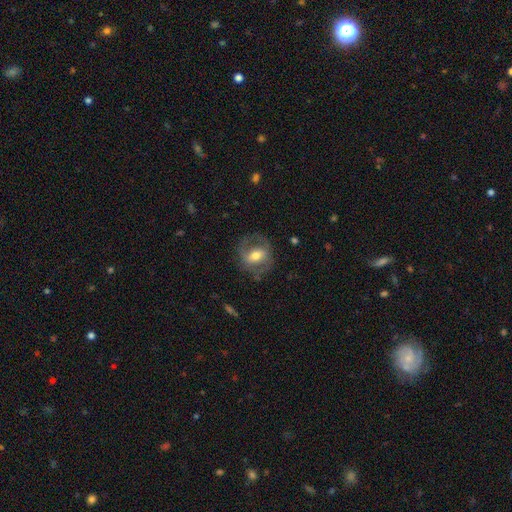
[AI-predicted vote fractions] Q: Smooth or featured?
A: featured or disk (59%); runner-up: smooth (34%)
Q: Edge-on disk?
A: no (94%); runner-up: yes (6%)
Q: Bar?
A: weak (39%); runner-up: strong (36%)
Q: Spiral arms?
A: yes (61%); runner-up: no (39%)
Q: Bulge size?
A: moderate (70%); runner-up: small (17%)
Q: Merging?
A: none (69%); runner-up: minor disturbance (18%)